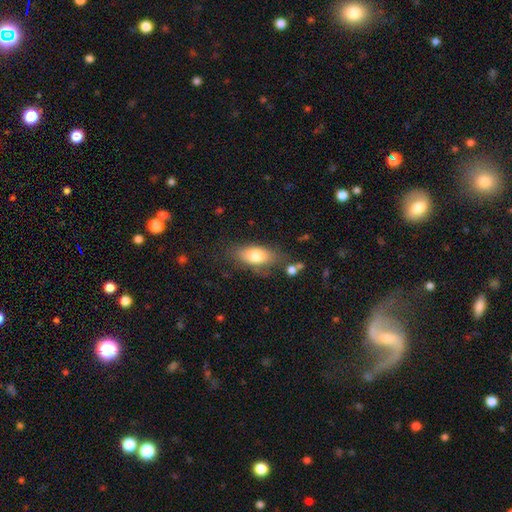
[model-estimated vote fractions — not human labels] smooth-or-featured: smooth: 77% | featured or disk: 16% | star or artifact: 7%
  how-rounded: in between: 85% | cigar-shaped: 9% | round: 6%
  merging: none: 67% | minor disturbance: 21% | major disturbance: 8% | merger: 5%